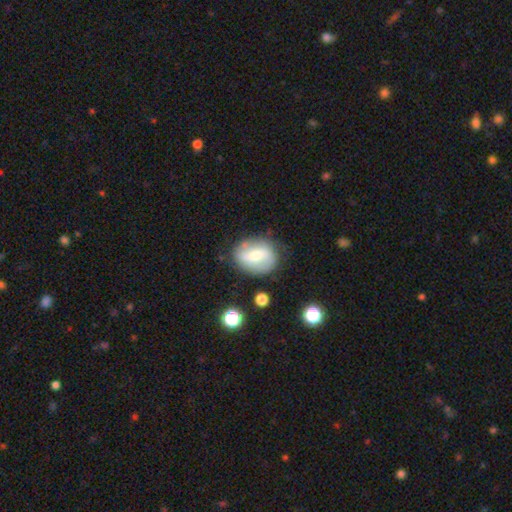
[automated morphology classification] A featured or disk galaxy (47%). Merging: none (74%).